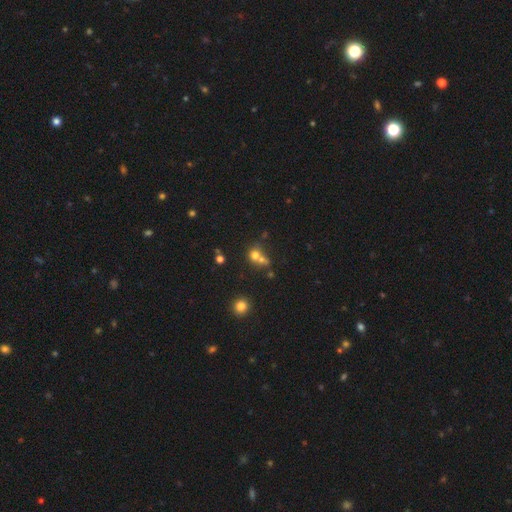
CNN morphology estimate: Overall: smooth (67%). How rounded: round (80%). Merging: merger (51%; none 36%).